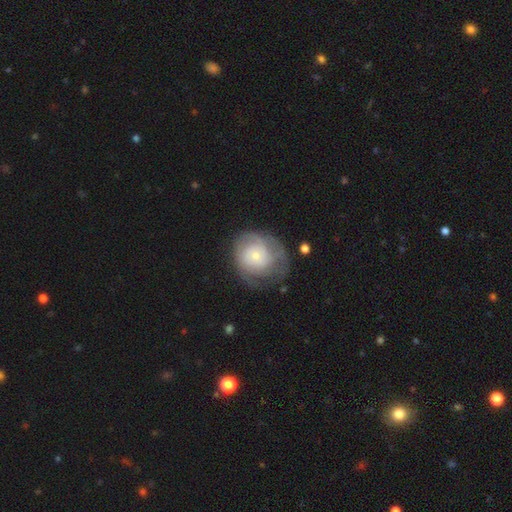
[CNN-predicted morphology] A featured or disk galaxy (53%) with no bar (83%), spiral arms (70%) and a small central bulge (71%). Merging: none (54%).